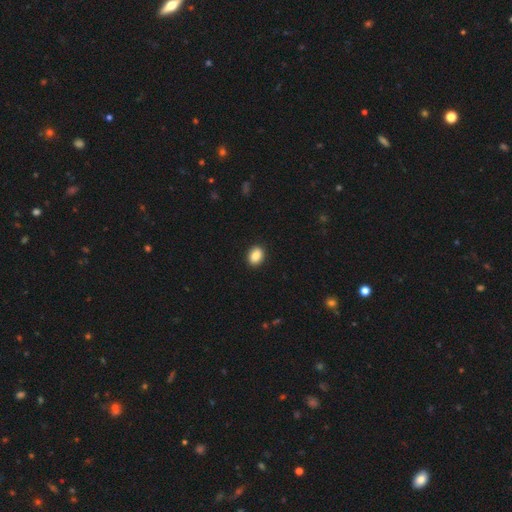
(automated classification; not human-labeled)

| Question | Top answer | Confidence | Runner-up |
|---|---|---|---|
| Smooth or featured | smooth | 88% | star or artifact (8%) |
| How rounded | in between | 68% | round (30%) |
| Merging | none | 91% | minor disturbance (6%) |